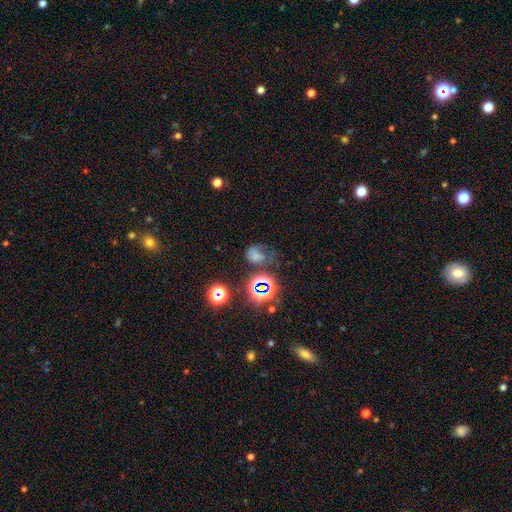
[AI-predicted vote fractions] A smooth galaxy with no disk features (50%). Merging: none (35%).